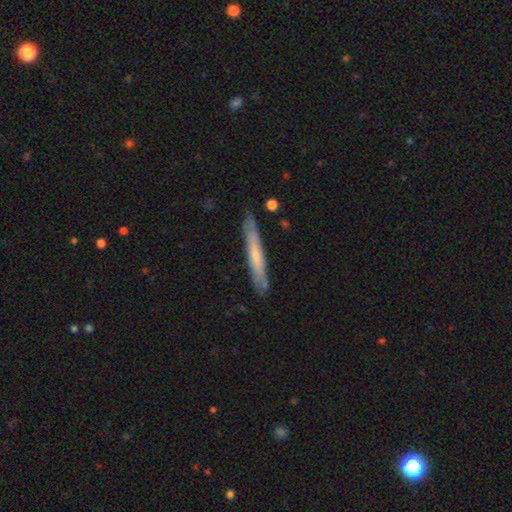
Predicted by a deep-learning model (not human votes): This is possibly a smooth galaxy (55%). How rounded: clearly cigar-shaped (95%). Merging: clearly none (84%).